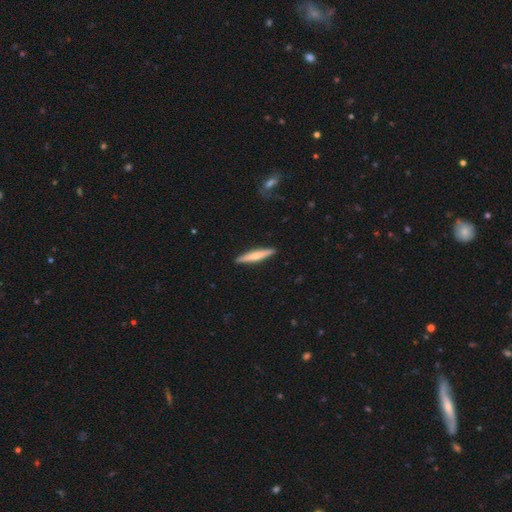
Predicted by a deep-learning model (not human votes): smooth 53%, featured or disk 42%, star or artifact 5%. Down the decision tree: how rounded — cigar-shaped (92%); merging — none (91%).